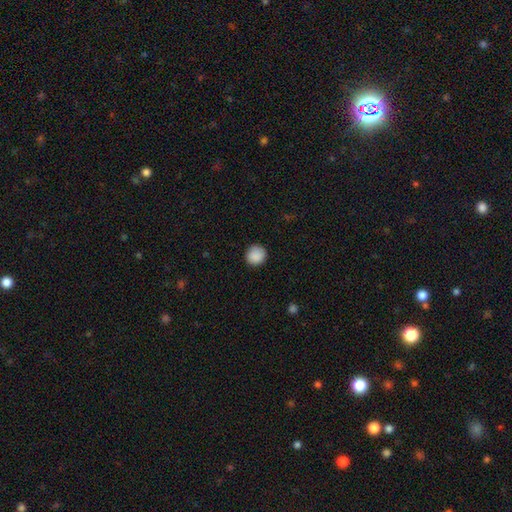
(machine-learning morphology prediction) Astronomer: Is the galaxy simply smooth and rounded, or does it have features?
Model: smooth — 89%.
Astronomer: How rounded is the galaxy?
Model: round — 91%.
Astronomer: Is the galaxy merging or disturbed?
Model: none — 88%.